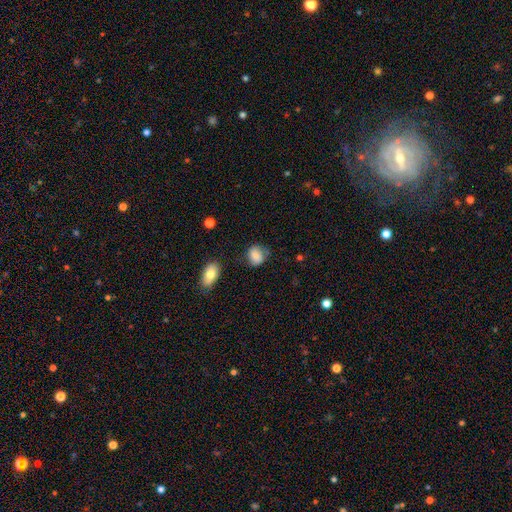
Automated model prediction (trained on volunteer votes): smooth_or_featured: smooth (p=0.83) [alt: featured or disk p=0.09]
how_rounded: round (p=0.53) [alt: in between p=0.46]
merging: none (p=0.59) [alt: minor disturbance p=0.28]